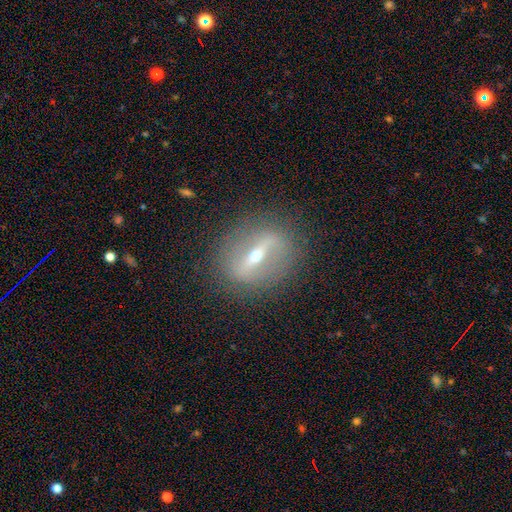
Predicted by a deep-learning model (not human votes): A featured or disk galaxy (77%) with a strong bar (76%), no spiral arms (74%) and a small central bulge (58%). Merging: none (84%).